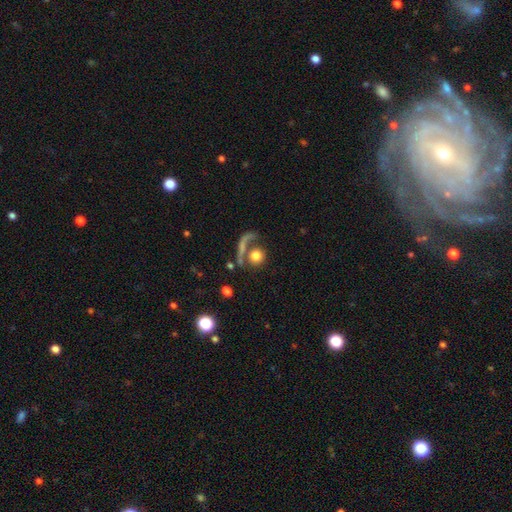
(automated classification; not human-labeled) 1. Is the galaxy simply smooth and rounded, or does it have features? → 70% smooth, 19% featured or disk, 10% star or artifact.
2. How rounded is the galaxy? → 82% round, 15% in between, 3% cigar-shaped.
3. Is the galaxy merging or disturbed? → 46% none, 27% merger, 17% major disturbance, 11% minor disturbance.